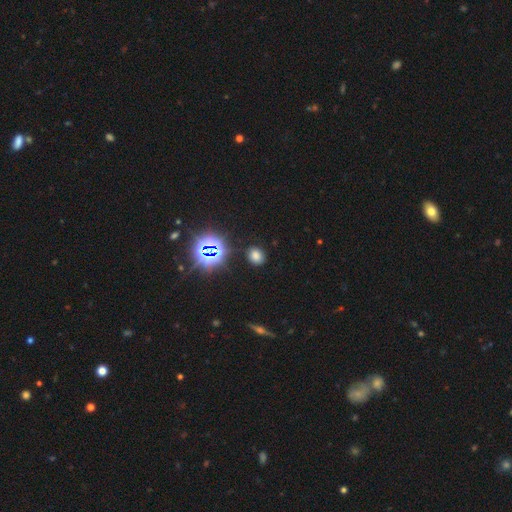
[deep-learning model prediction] smooth-or-featured: smooth: 67% | star or artifact: 26% | featured or disk: 7%
  how-rounded: round: 57% | in between: 42% | cigar-shaped: 1%
  merging: none: 85% | minor disturbance: 10% | major disturbance: 3% | merger: 2%